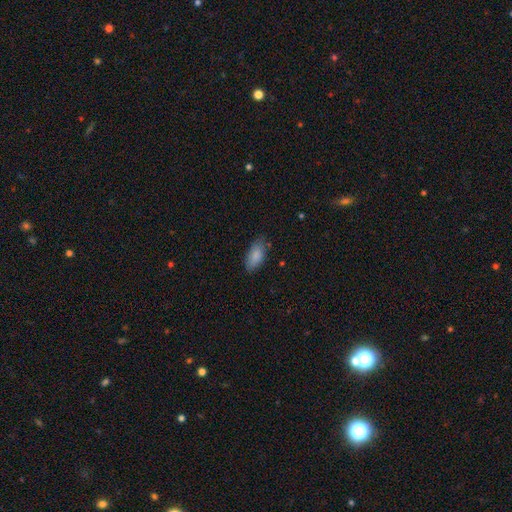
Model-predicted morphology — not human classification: Smooth or featured? Predicted: smooth (p=0.87). How rounded? Predicted: in between (p=0.91). Merging? Predicted: none (p=0.77).